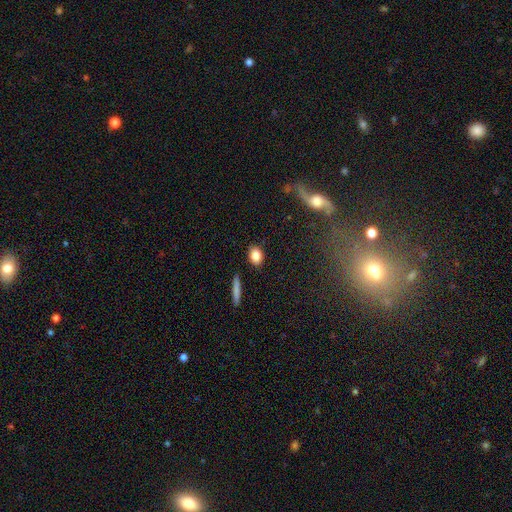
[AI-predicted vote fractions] A smooth galaxy with no disk features (83%) that is in between round and cigar-shaped (70%).

Vote fractions:
- Smooth or featured? smooth: 83% / featured or disk: 8% / star or artifact: 8%
- How rounded? in between: 70% / round: 27% / cigar-shaped: 3%
- Merging? none: 86% / minor disturbance: 9% / major disturbance: 2% / merger: 2%